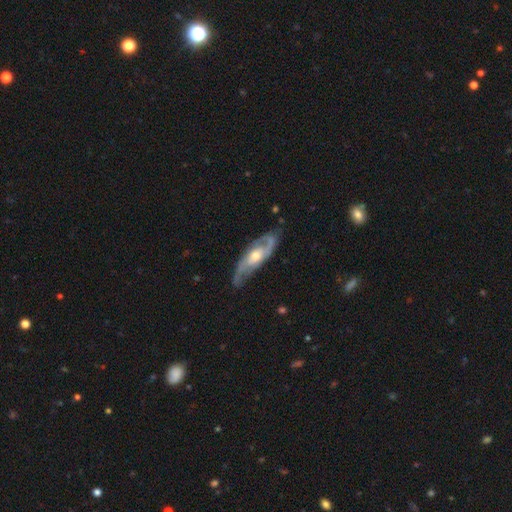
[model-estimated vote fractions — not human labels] Smooth or featured?
  - featured or disk: 85% *
  - smooth: 10%
  - star or artifact: 5%
Edge-on disk?
  - no: 86% *
  - yes: 14%
Bar?
  - no: 60% *
  - weak: 32%
  - strong: 9%
Spiral arms?
  - yes: 94% *
  - no: 6%
Spiral winding?
  - medium: 48% *
  - tight: 33%
  - loose: 19%
Spiral arm count?
  - 2: 83% *
  - can't tell: 10%
  - 3: 3%
  - 1: 2%
  - 4: 1%
  - more than 4: 1%
Bulge size?
  - moderate: 65% *
  - small: 24%
  - large: 8%
  - none: 2%
  - dominant: 1%
Merging?
  - none: 74% *
  - minor disturbance: 18%
  - major disturbance: 6%
  - merger: 1%